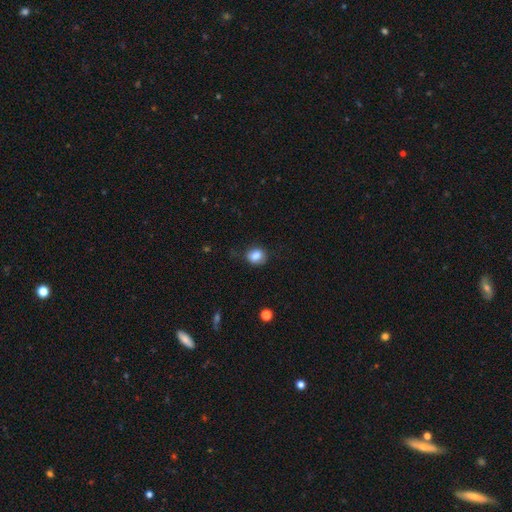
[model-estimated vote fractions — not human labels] A smooth galaxy with no disk features (84%) that is round (62%).

Vote fractions:
- Smooth or featured? smooth: 84% / star or artifact: 10% / featured or disk: 6%
- How rounded? round: 62% / in between: 37% / cigar-shaped: 1%
- Merging? none: 73% / minor disturbance: 20% / major disturbance: 5% / merger: 1%